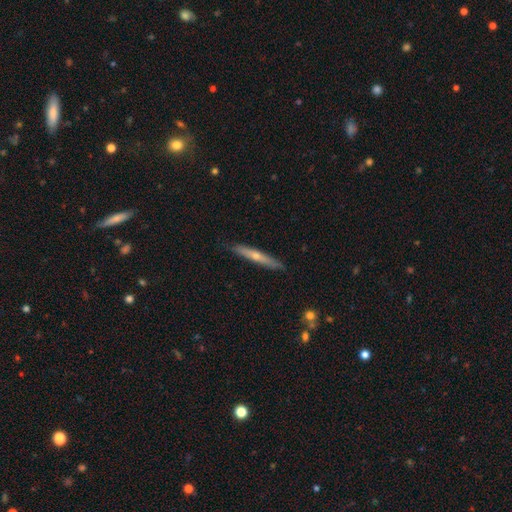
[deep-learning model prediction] This appears to be a featured or disk galaxy (56%) viewed edge-on (93%) with a rounded central bulge (72%). Merging: none (88%).